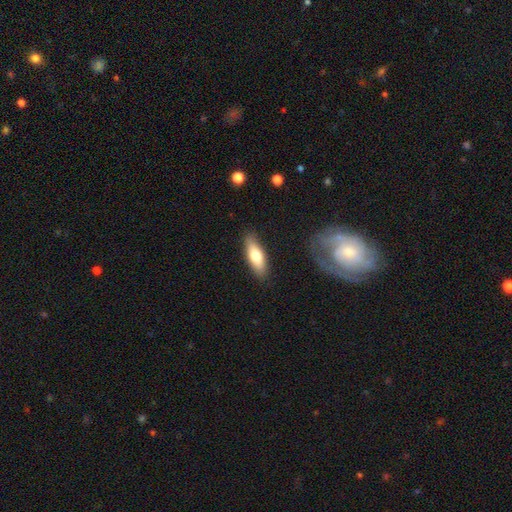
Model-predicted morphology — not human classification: This is likely a smooth galaxy (72%). How rounded: likely in between (60%). Merging: clearly none (87%).